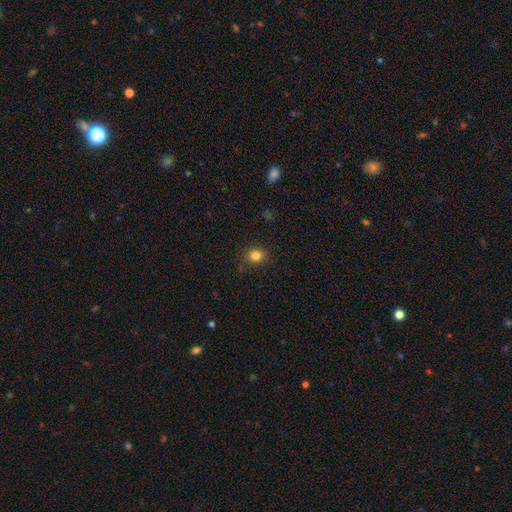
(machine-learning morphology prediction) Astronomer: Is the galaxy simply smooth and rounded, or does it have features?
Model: smooth — 83%.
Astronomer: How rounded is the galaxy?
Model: round — 80%.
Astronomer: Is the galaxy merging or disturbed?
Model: none — 85%.